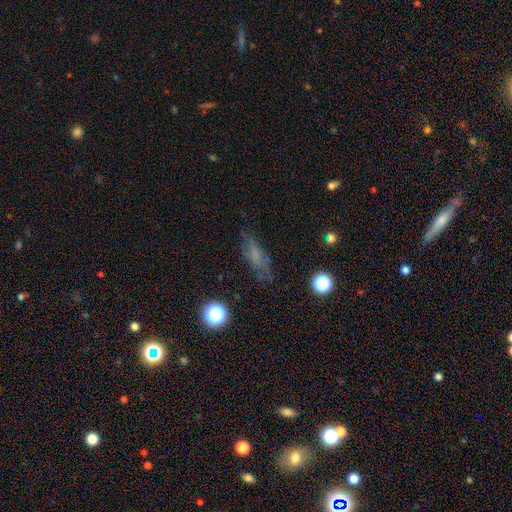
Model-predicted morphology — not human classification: Smooth or featured: smooth — 53% (featured or disk — 31%)
How rounded: in between — 61% (cigar-shaped — 33%)
Merging: none — 69% (minor disturbance — 20%)